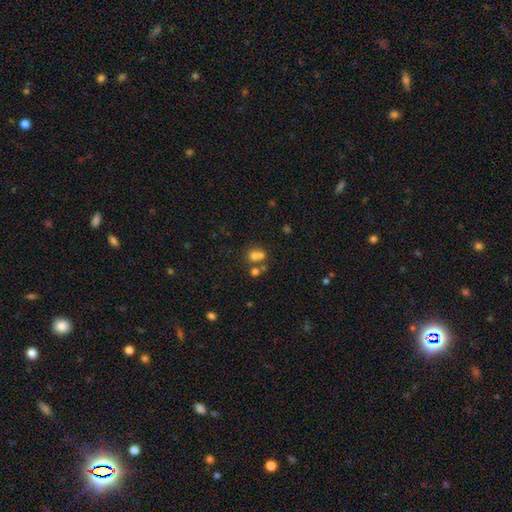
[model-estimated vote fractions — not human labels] This is likely a smooth galaxy (65%). How rounded: likely round (74%). Merging: possibly merger (50%).